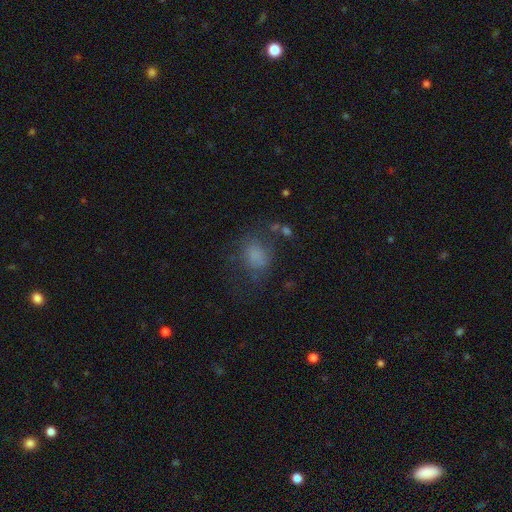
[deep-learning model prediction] Smooth or featured? smooth (67%)
How rounded? in between (50%)
Merging? none (49%)